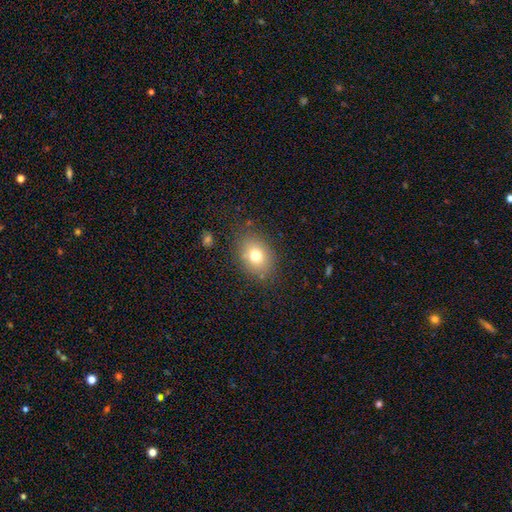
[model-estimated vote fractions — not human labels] A smooth galaxy with no disk features (75%) that is in between round and cigar-shaped (63%). Merging: none (81%).